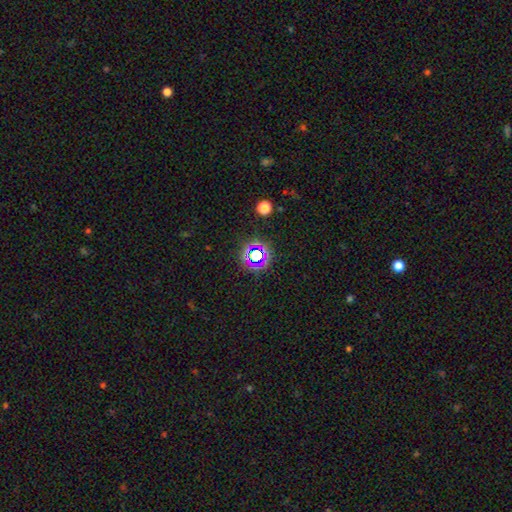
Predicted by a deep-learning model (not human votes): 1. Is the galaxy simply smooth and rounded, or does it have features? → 64% star or artifact, 25% smooth, 11% featured or disk.